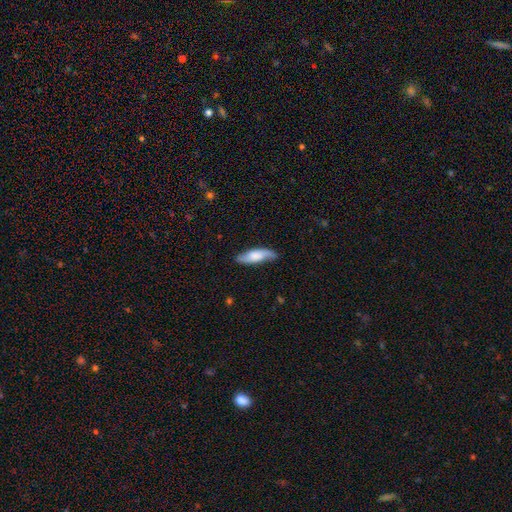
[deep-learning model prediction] Q: Smooth or featured?
A: featured or disk (50%); runner-up: smooth (44%)
Q: Edge-on disk?
A: no (71%); runner-up: yes (29%)
Q: Merging?
A: none (79%); runner-up: minor disturbance (16%)